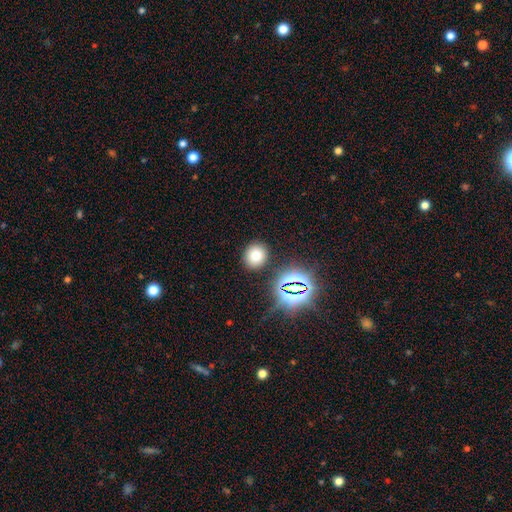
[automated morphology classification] Q: Smooth or featured?
A: smooth (71%); runner-up: star or artifact (20%)
Q: How rounded?
A: round (72%); runner-up: in between (27%)
Q: Merging?
A: none (87%); runner-up: minor disturbance (7%)